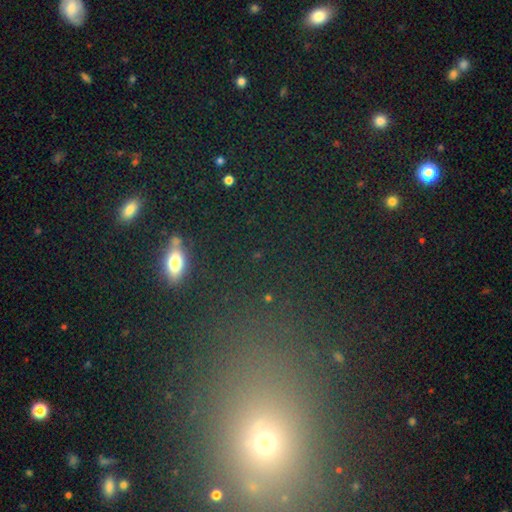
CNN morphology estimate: type=star or artifact (47%).